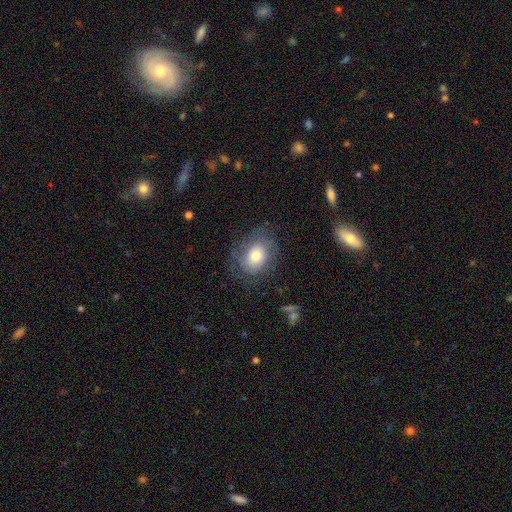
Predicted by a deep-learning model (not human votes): The model was most divided on "how rounded": in between: 53%, round: 46%, cigar-shaped: 1%. More confident: merging — none (68%); smooth or featured — smooth (63%).